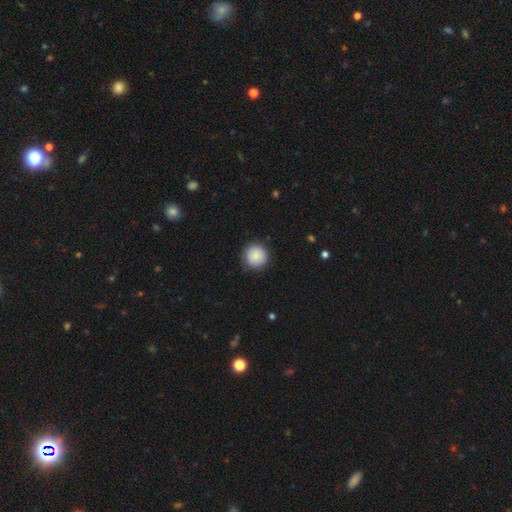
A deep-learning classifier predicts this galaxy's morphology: smooth_or_featured: smooth (p=0.87) [alt: star or artifact p=0.08]
how_rounded: round (p=0.95) [alt: in between p=0.04]
merging: none (p=0.87) [alt: minor disturbance p=0.09]